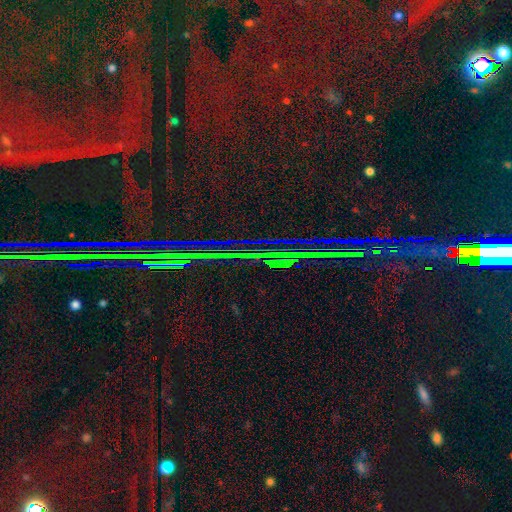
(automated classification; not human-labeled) Smooth or featured?
  - star or artifact: 86% *
  - featured or disk: 8%
  - smooth: 7%